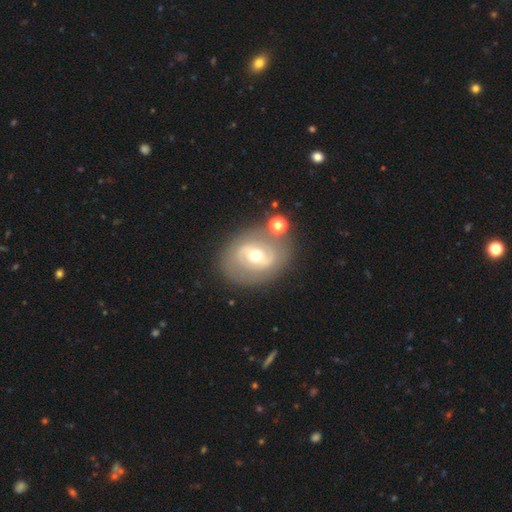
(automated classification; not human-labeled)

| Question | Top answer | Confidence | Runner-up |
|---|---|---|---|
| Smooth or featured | featured or disk | 69% | smooth (24%) |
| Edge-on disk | no | 95% | yes (5%) |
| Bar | weak | 42% | no (31%) |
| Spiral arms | yes | 60% | no (40%) |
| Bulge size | moderate | 68% | small (25%) |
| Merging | none | 73% | minor disturbance (14%) |